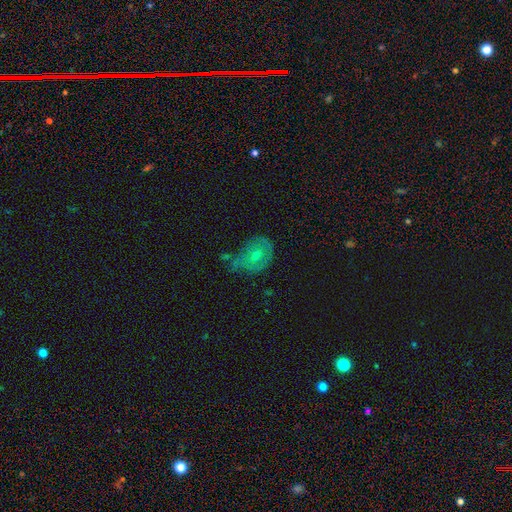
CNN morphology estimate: Smooth or featured?
  - featured or disk: 51% *
  - smooth: 35%
  - star or artifact: 14%
Edge-on disk?
  - no: 96% *
  - yes: 4%
Merging?
  - none: 47% *
  - minor disturbance: 29%
  - major disturbance: 16%
  - merger: 7%